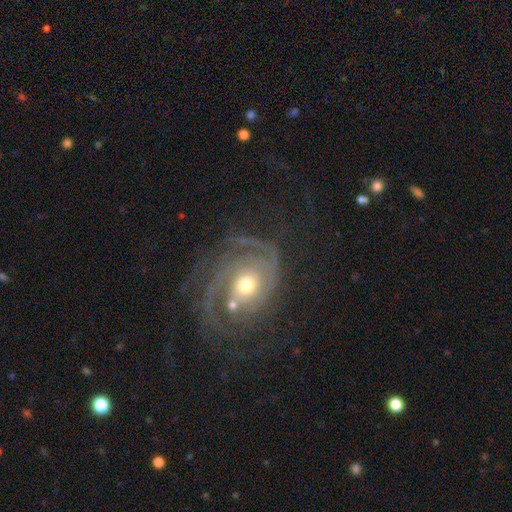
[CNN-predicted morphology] Smooth or featured?
  - featured or disk: 83% *
  - star or artifact: 9%
  - smooth: 8%
Edge-on disk?
  - no: 97% *
  - yes: 3%
Bar?
  - no: 67% *
  - weak: 24%
  - strong: 9%
Spiral arms?
  - yes: 93% *
  - no: 7%
Spiral winding?
  - tight: 56% *
  - medium: 34%
  - loose: 10%
Spiral arm count?
  - 2: 32% *
  - can't tell: 23%
  - 3: 21%
  - 4: 9%
  - 1: 8%
  - more than 4: 7%
Bulge size?
  - moderate: 66% *
  - small: 23%
  - large: 8%
  - dominant: 1%
  - none: 1%
Merging?
  - none: 65% *
  - minor disturbance: 17%
  - major disturbance: 16%
  - merger: 2%